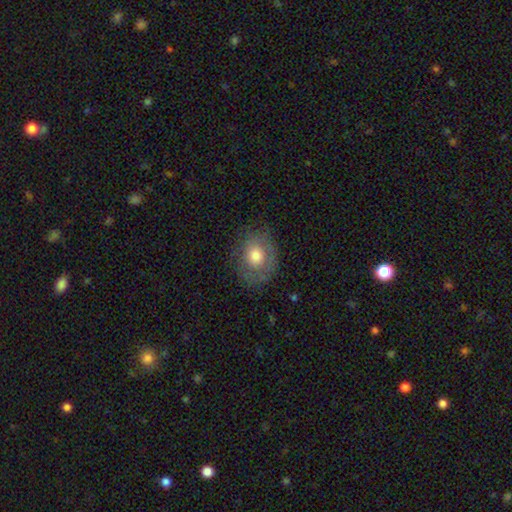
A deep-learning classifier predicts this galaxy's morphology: This appears to be a smooth galaxy with no disk features (65%) that is round (59%). Merging: none (73%).